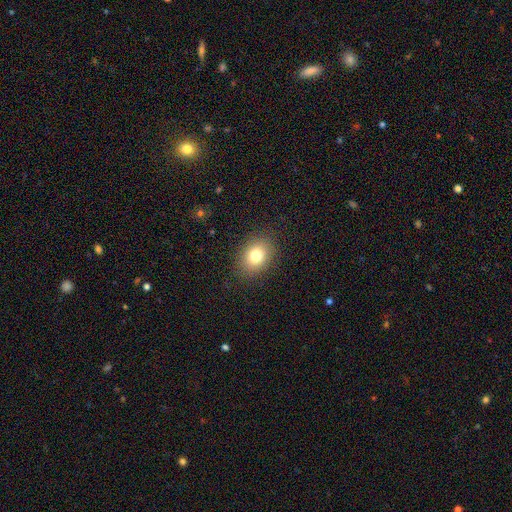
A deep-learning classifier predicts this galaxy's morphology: smooth_or_featured: smooth (p=0.79) [alt: star or artifact p=0.11]
how_rounded: in between (p=0.60) [alt: round p=0.39]
merging: none (p=0.87) [alt: minor disturbance p=0.09]